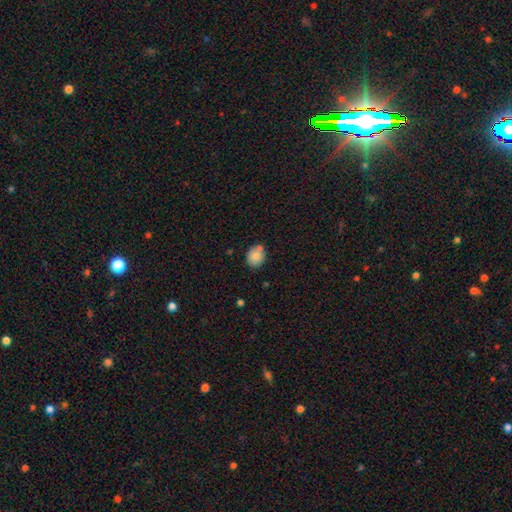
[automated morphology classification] smooth 84%, star or artifact 9%, featured or disk 7%. Down the decision tree: how rounded — round (63%); merging — none (67%).